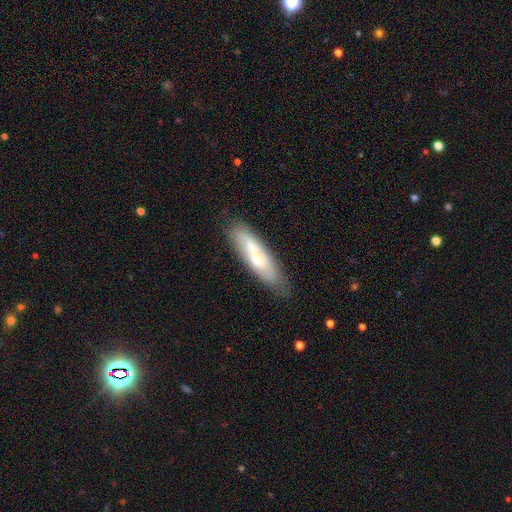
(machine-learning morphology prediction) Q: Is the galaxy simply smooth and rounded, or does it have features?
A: smooth — 57%.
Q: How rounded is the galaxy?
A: cigar-shaped — 68%.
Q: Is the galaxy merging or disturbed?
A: none — 72%.